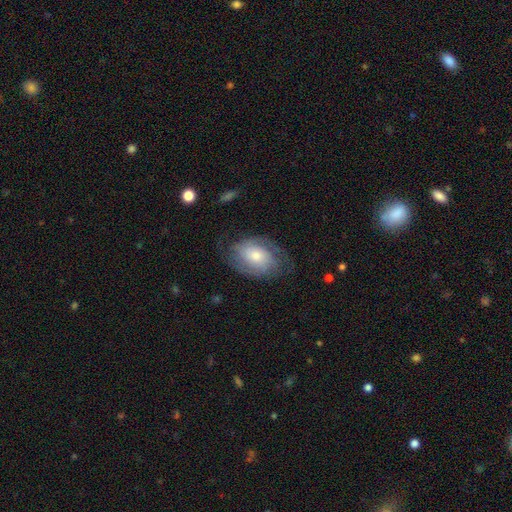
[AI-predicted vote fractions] smooth-or-featured: featured or disk: 70% | smooth: 24% | star or artifact: 6%
  disk-edge-on: no: 96% | yes: 4%
    bar: no: 72% | weak: 23% | strong: 5%
    has-spiral-arms: yes: 90% | no: 10%
      spiral-winding: tight: 50% | medium: 37% | loose: 13%
      spiral-arm-count: 2: 53% | can't tell: 25% | 3: 11% | 1: 4% | 4: 4% | more than 4: 3%
    bulge-size: moderate: 46% | small: 39% | large: 10% | none: 2% | dominant: 2%
  merging: none: 68% | minor disturbance: 20% | major disturbance: 11% | merger: 1%